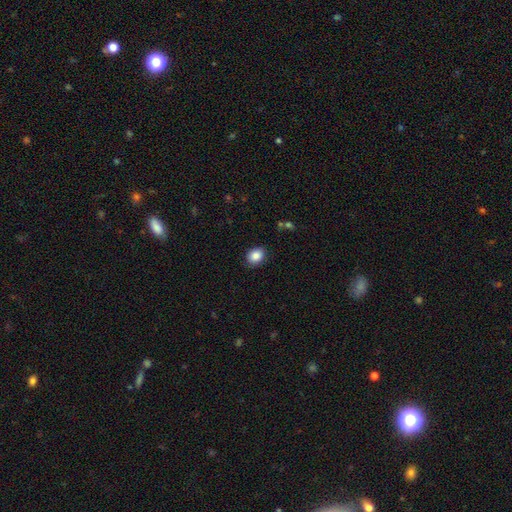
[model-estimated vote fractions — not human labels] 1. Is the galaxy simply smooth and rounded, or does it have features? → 86% smooth, 8% star or artifact, 5% featured or disk.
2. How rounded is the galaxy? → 57% in between, 42% round, 1% cigar-shaped.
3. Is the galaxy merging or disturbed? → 86% none, 10% minor disturbance, 2% major disturbance, 1% merger.